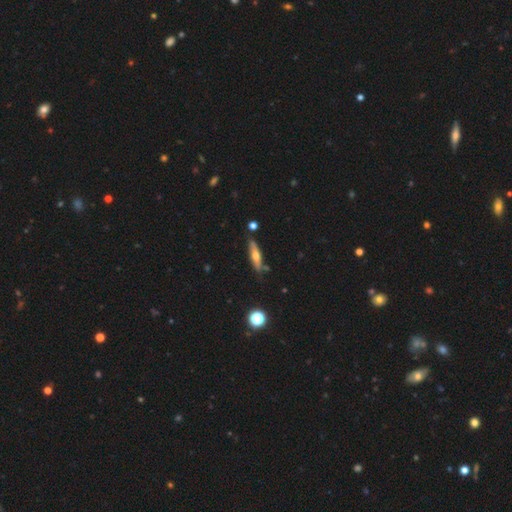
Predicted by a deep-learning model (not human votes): Q: Smooth or featured?
A: featured or disk (50%); runner-up: smooth (43%)
Q: Merging?
A: none (79%); runner-up: minor disturbance (14%)